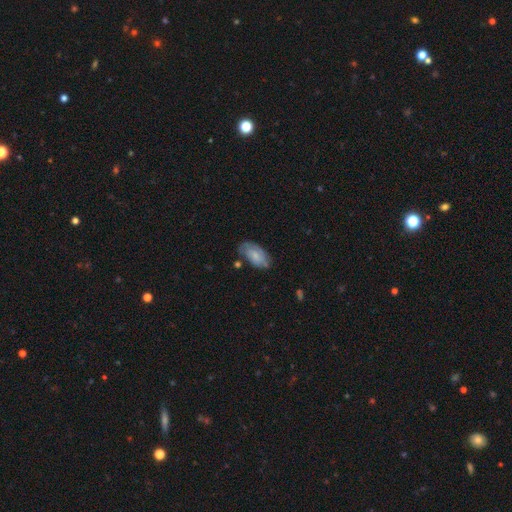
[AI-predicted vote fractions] Overall: smooth (59%; featured or disk 34%). How rounded: in between (92%). Merging: none (61%; minor disturbance 27%).